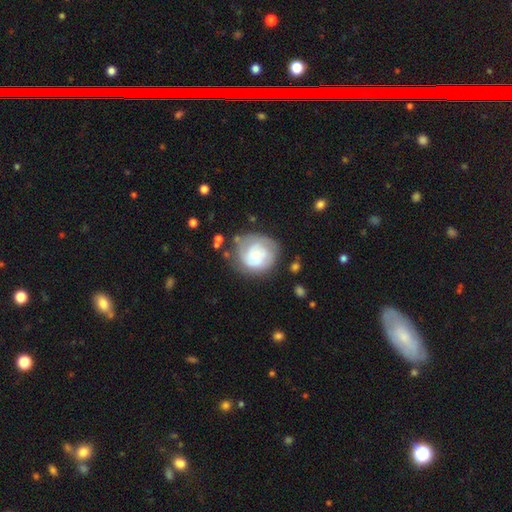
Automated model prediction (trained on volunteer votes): Smooth or featured: featured or disk — 55% (smooth — 38%)
Edge-on disk: no — 98% (yes — 2%)
Bar: no — 74% (weak — 22%)
Spiral arms: yes — 72% (no — 28%)
Bulge size: small — 52% (moderate — 25%)
Merging: none — 58% (minor disturbance — 23%)